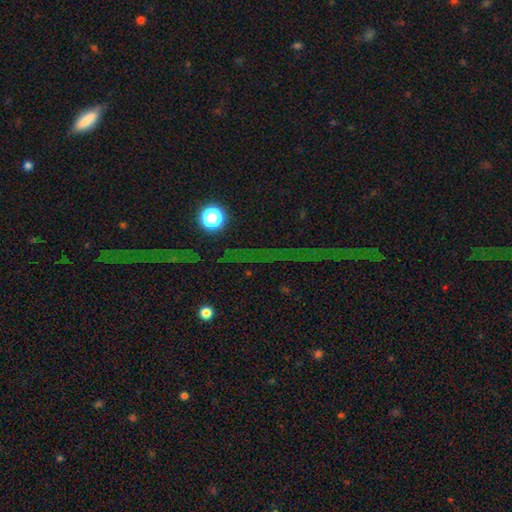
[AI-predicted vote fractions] Smooth or featured: star or artifact — 78% (featured or disk — 12%)